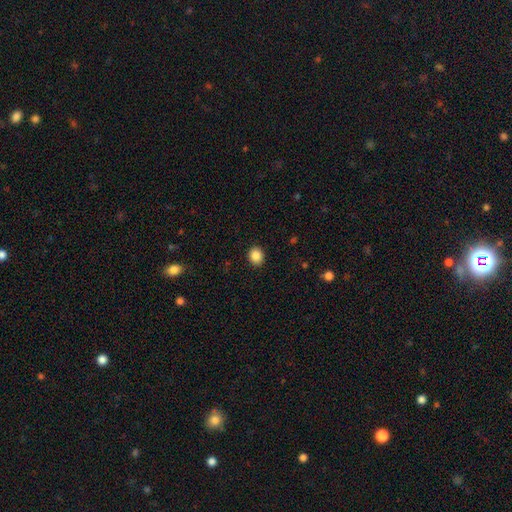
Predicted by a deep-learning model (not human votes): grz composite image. It shows a smooth galaxy with no disk features (87%) that is round (68%). Merging: none (91%).